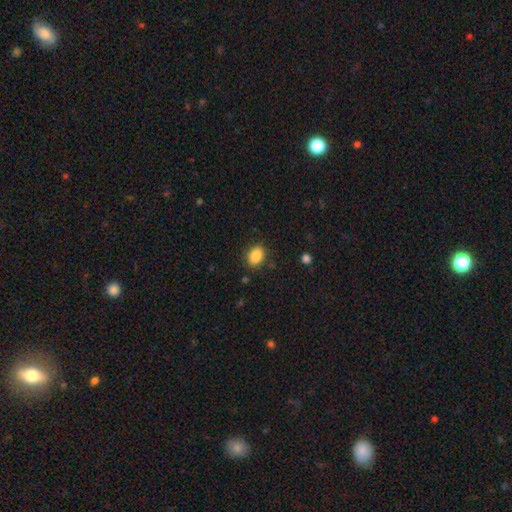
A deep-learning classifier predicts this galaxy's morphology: A smooth galaxy with no disk features (88%) that is in between round and cigar-shaped (79%).

Vote fractions:
- Smooth or featured? smooth: 88% / star or artifact: 9% / featured or disk: 4%
- How rounded? in between: 79% / round: 20% / cigar-shaped: 1%
- Merging? none: 84% / minor disturbance: 11% / major disturbance: 3% / merger: 1%